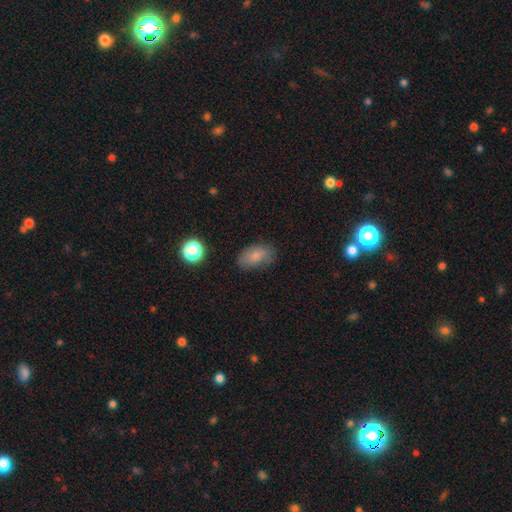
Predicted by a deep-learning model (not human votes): This is likely a smooth galaxy (79%). How rounded: clearly in between (90%). Merging: likely none (76%).